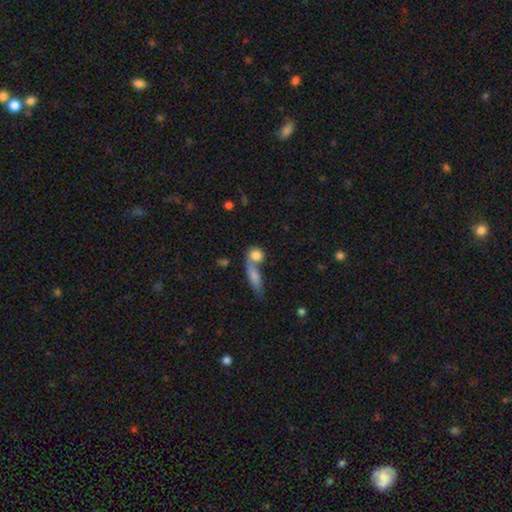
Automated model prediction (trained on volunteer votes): smooth_or_featured: smooth (p=0.79) [alt: featured or disk p=0.13]
how_rounded: round (p=0.63) [alt: in between p=0.27]
merging: merger (p=0.44) [alt: none p=0.41]